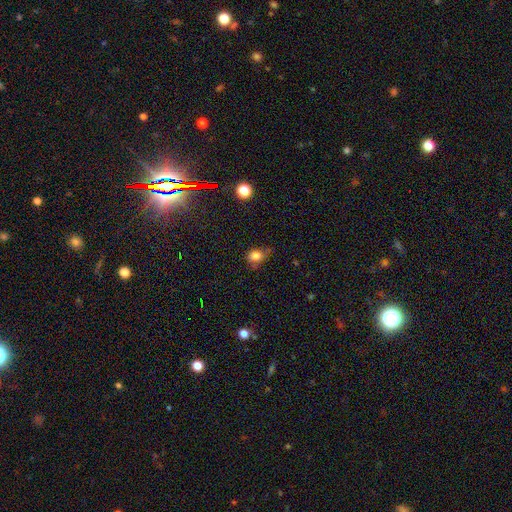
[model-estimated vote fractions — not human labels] This appears to be a smooth galaxy with no disk features (81%) that is in between round and cigar-shaped (55%). Merging: none (48%).